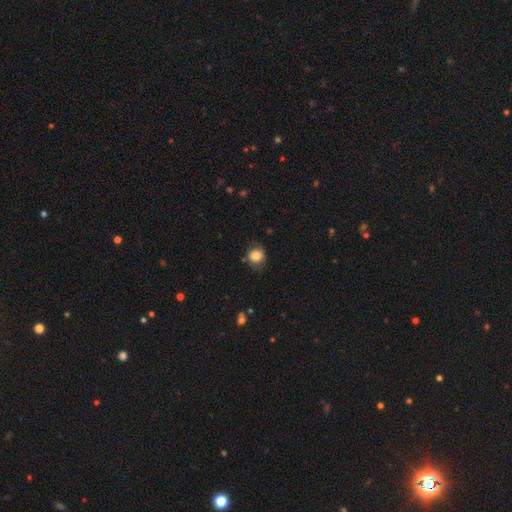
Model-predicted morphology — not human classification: Smooth or featured? Predicted: smooth (p=0.81). How rounded? Predicted: round (p=0.76). Merging? Predicted: none (p=0.66).